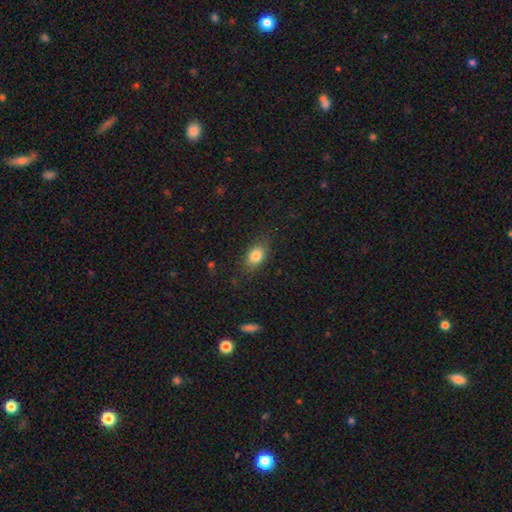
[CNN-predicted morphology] Overall: smooth (82%). How rounded: in between (73%). Merging: none (78%).